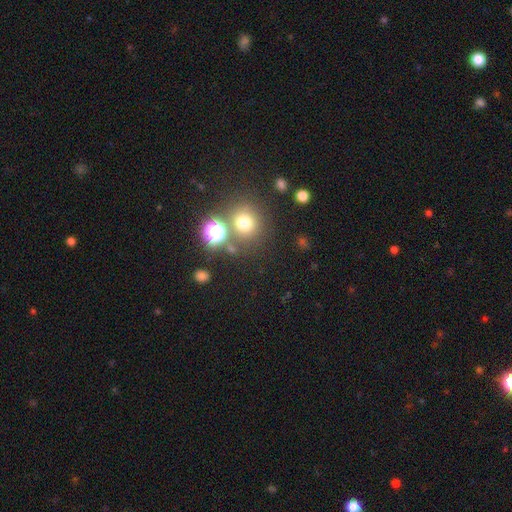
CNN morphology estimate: smooth-or-featured: star or artifact: 51% | smooth: 41% | featured or disk: 9%